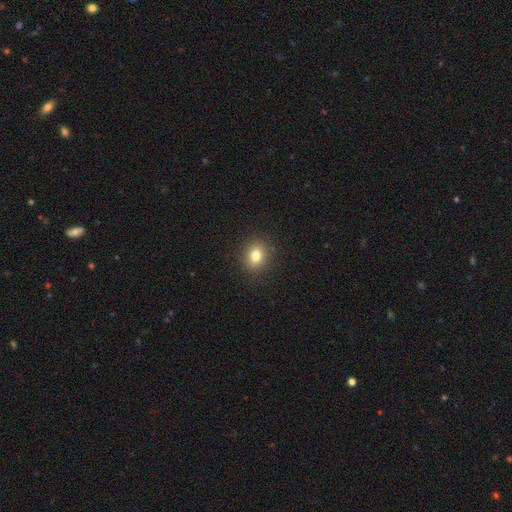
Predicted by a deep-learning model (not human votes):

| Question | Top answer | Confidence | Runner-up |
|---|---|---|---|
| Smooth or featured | smooth | 79% | star or artifact (12%) |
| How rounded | round | 61% | in between (38%) |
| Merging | none | 89% | minor disturbance (7%) |